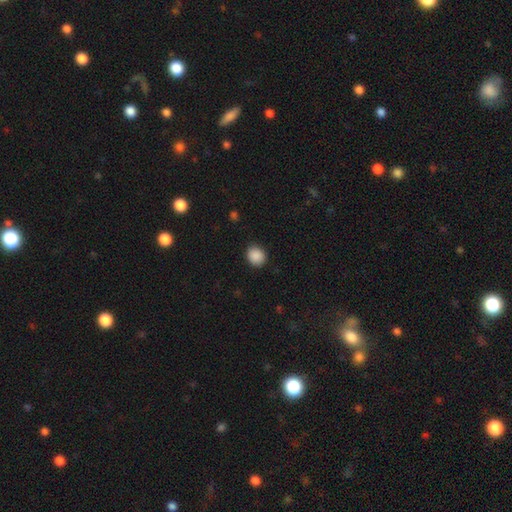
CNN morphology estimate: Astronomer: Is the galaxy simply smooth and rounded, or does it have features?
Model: smooth — 89%.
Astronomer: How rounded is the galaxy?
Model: round — 76%.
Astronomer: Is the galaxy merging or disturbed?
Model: none — 88%.